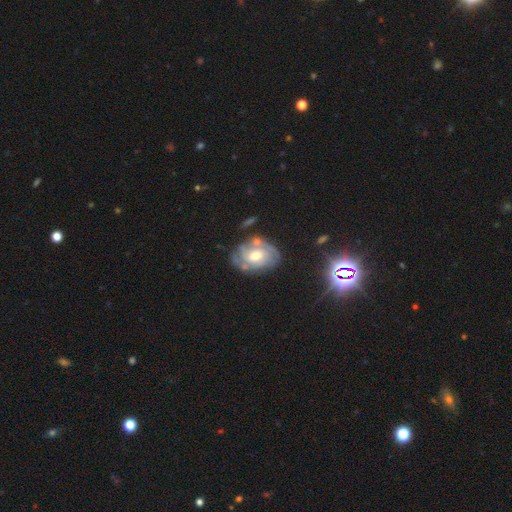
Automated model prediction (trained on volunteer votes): This appears to be a featured or disk galaxy (78%) with no bar (59%), tight (64%) spiral arms (87%) and a moderate central bulge (69%). Merging: none (64%).